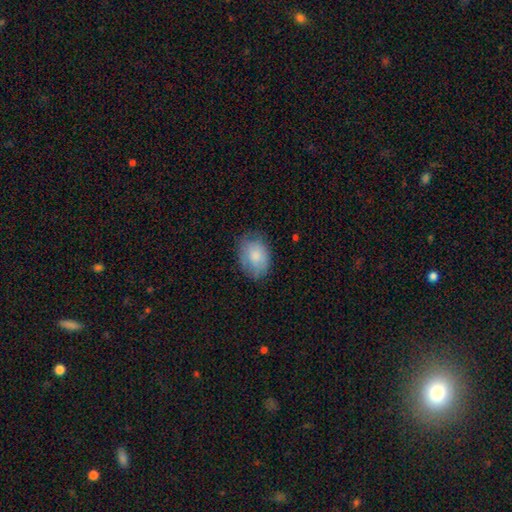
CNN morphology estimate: smooth_or_featured: smooth (p=0.80) [alt: featured or disk p=0.14]
how_rounded: in between (p=0.78) [alt: round p=0.21]
merging: none (p=0.71) [alt: minor disturbance p=0.22]